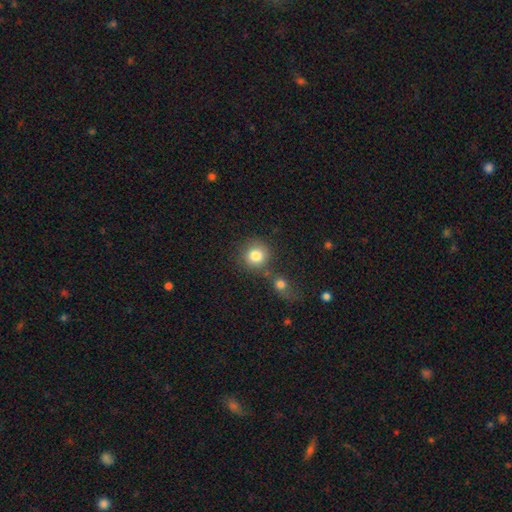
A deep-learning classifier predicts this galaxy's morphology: smooth-or-featured: smooth: 82% | star or artifact: 10% | featured or disk: 7%
  how-rounded: round: 88% | in between: 11% | cigar-shaped: 1%
  merging: none: 67% | merger: 18% | minor disturbance: 10% | major disturbance: 5%